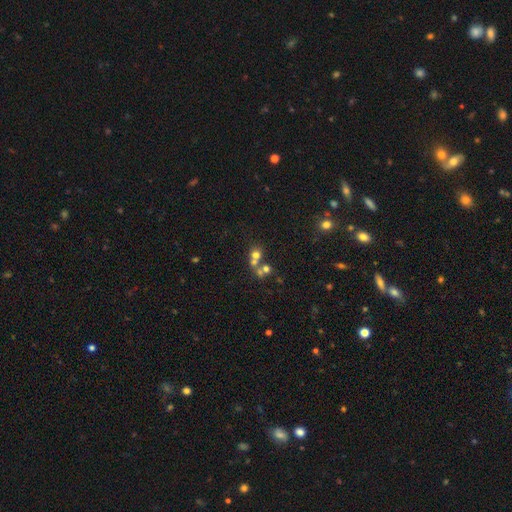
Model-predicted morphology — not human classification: The model was most divided on "merging": merger: 47%, none: 41%, minor disturbance: 7%, major disturbance: 5%. More confident: how rounded — round (82%); smooth or featured — smooth (59%).